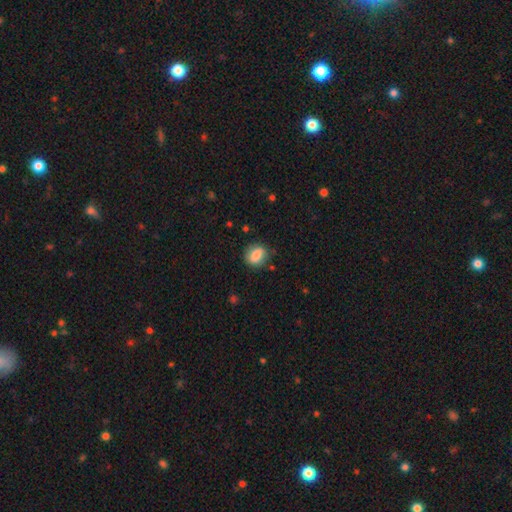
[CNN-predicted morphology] This appears to be a smooth galaxy with no disk features (79%) that is round (54%). Merging: none (76%).